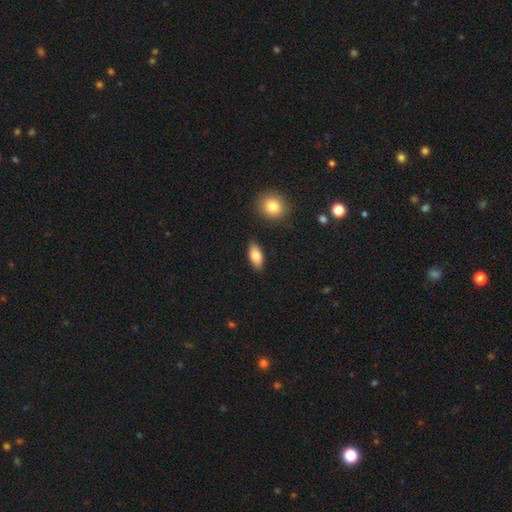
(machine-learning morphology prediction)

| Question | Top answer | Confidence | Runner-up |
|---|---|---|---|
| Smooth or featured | smooth | 82% | featured or disk (11%) |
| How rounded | in between | 87% | cigar-shaped (9%) |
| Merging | none | 85% | minor disturbance (10%) |